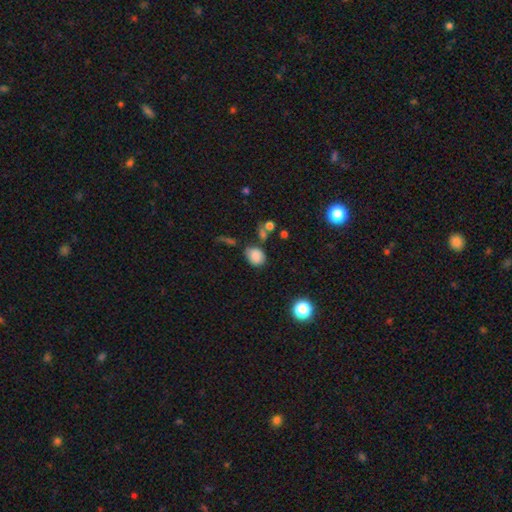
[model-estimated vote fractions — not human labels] Smooth or featured? Predicted: smooth (p=0.82). How rounded? Predicted: in between (p=0.55). Merging? Predicted: none (p=0.65).